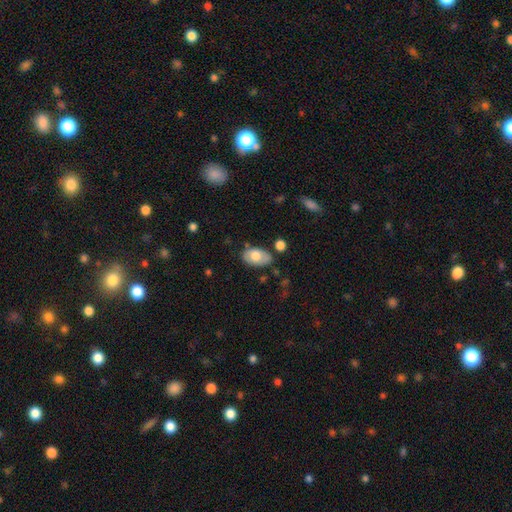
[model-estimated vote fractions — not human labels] Overall: smooth (70%). How rounded: in between (92%). Merging: none (71%).